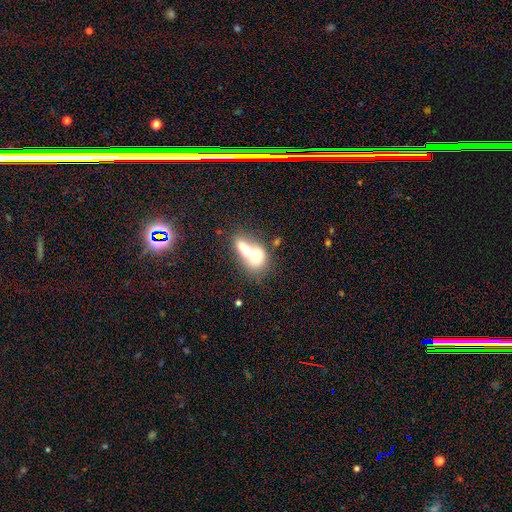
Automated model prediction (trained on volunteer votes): Overall: smooth (61%; featured or disk 30%). How rounded: in between (68%). Merging: merger (68%).